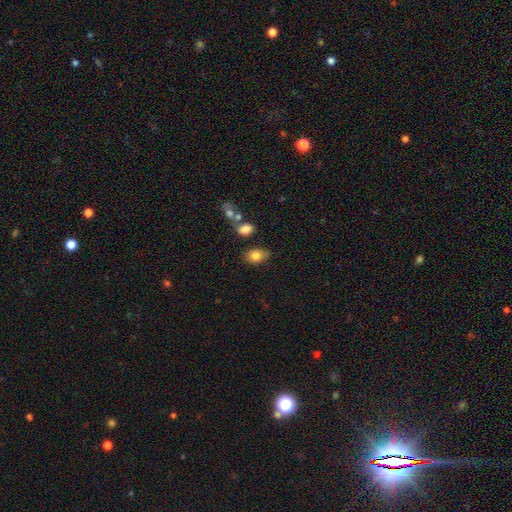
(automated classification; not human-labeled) smooth_or_featured: smooth (p=0.82) [alt: featured or disk p=0.09]
how_rounded: in between (p=0.77) [alt: round p=0.21]
merging: none (p=0.65) [alt: minor disturbance p=0.23]